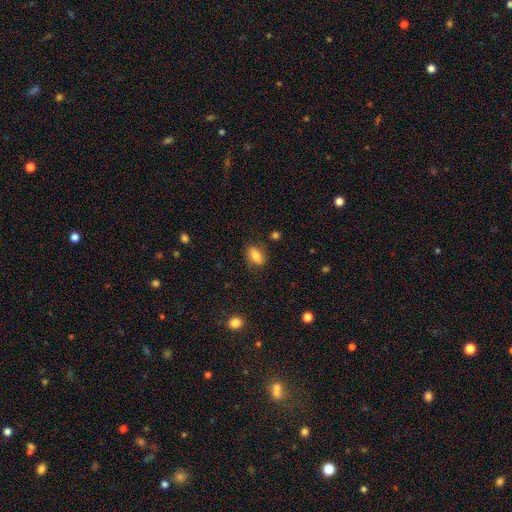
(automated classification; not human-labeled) Smooth or featured: smooth — 78% (featured or disk — 13%)
How rounded: in between — 84% (round — 8%)
Merging: none — 78% (minor disturbance — 16%)